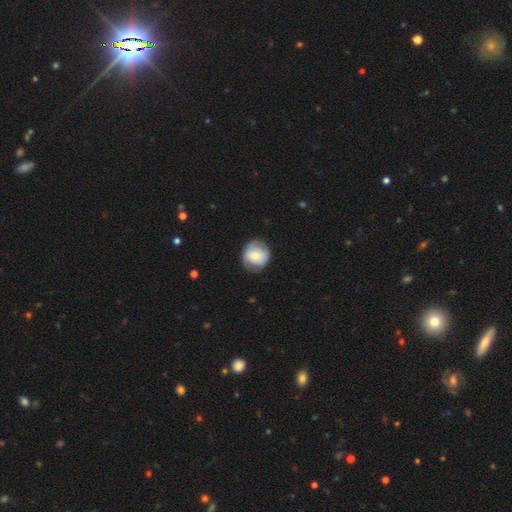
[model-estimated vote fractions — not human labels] Smooth or featured? smooth (66%)
How rounded? round (86%)
Merging? none (77%)